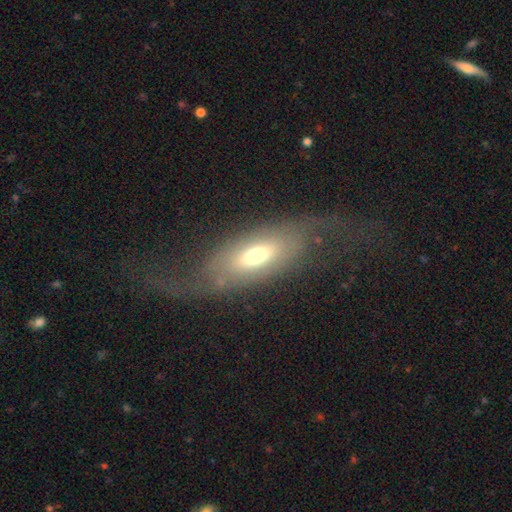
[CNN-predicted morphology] type=featured or disk (47%); merging=none (49%).